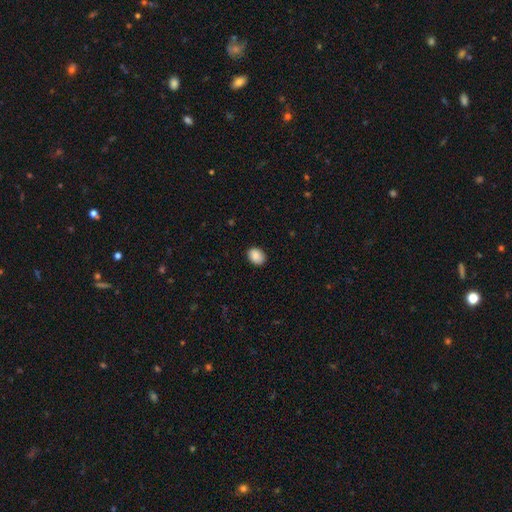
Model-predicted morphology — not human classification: This appears to be a smooth galaxy with no disk features (87%) that is in between round and cigar-shaped (63%). Merging: none (86%).